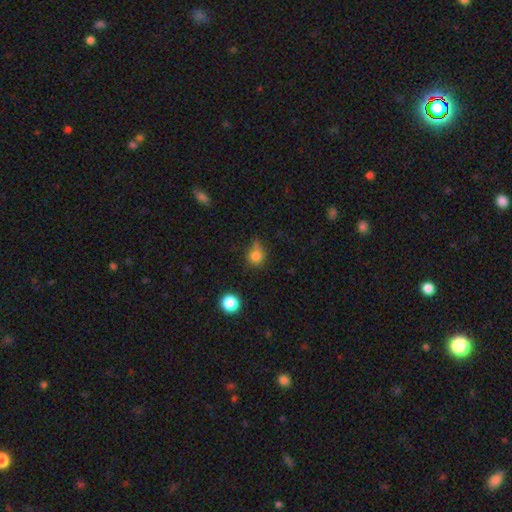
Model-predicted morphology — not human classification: type=smooth (78%); roundness=round (82%); merging=none (56%).